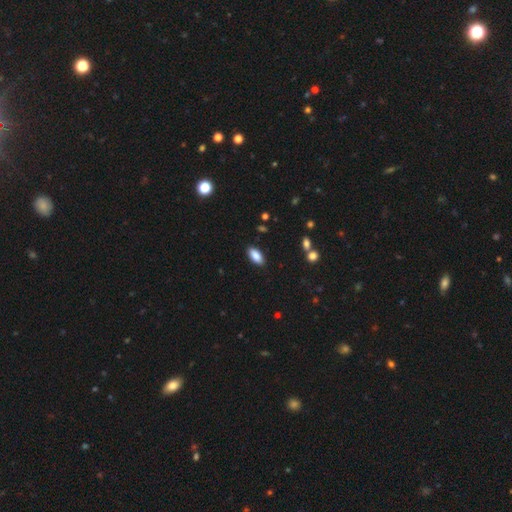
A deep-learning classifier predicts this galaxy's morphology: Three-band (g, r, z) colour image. It shows a smooth galaxy with no disk features (88%) that is in between round and cigar-shaped (89%). Merging: none (88%).